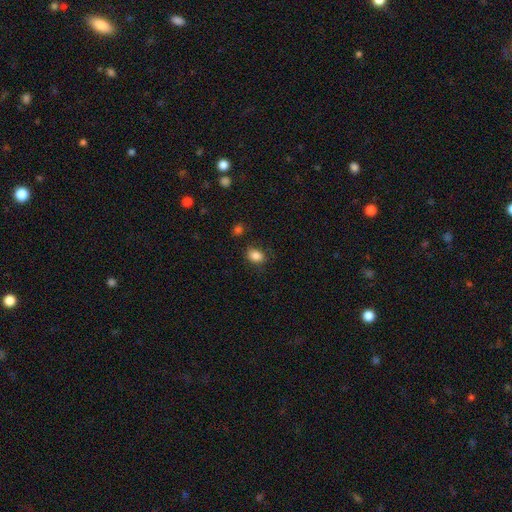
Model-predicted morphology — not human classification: Smooth or featured: smooth — 85% (star or artifact — 10%)
How rounded: in between — 66% (round — 33%)
Merging: none — 78% (minor disturbance — 16%)